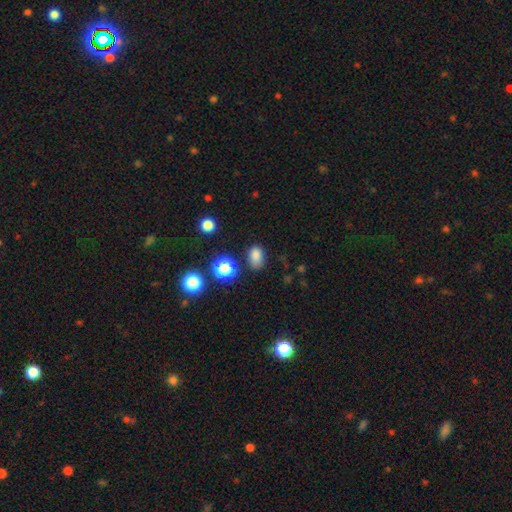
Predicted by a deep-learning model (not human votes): Smooth or featured? Predicted: smooth (p=0.81). How rounded? Predicted: in between (p=0.78). Merging? Predicted: none (p=0.74).